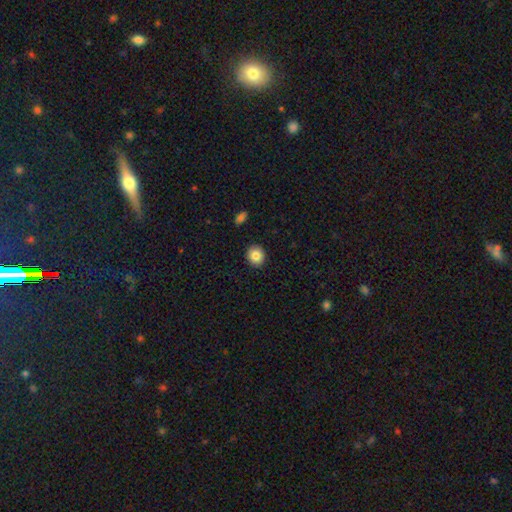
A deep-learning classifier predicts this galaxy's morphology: smooth 85%, star or artifact 8%, featured or disk 7%. Down the decision tree: how rounded — round (74%); merging — none (90%).